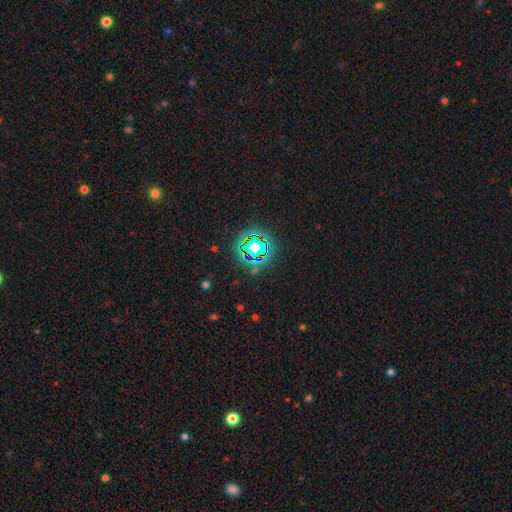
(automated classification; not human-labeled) Smooth or featured: star or artifact — 82% (smooth — 11%)